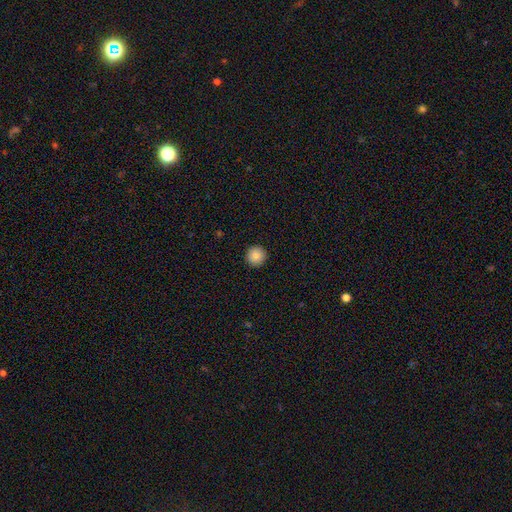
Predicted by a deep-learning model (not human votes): smooth 86%, star or artifact 9%, featured or disk 5%. Down the decision tree: how rounded — round (96%); merging — none (93%).